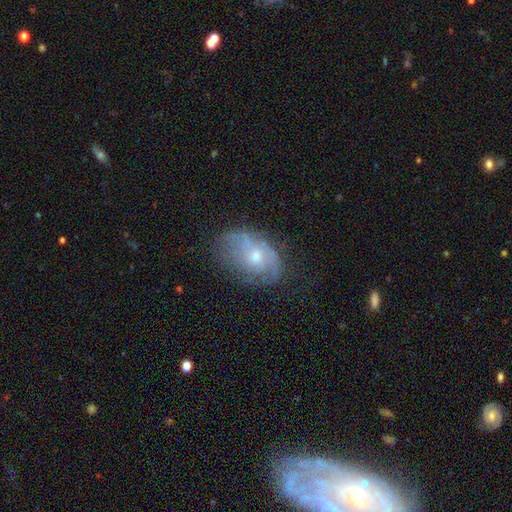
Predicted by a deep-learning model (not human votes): This is possibly a featured or disk galaxy (59%). It is clearly not viewed edge-on (94%). Bar: likely no (73%). Spiral arm pattern: likely yes (64%). Central bulge: possibly moderate (52%). Merging: possibly none (51%).